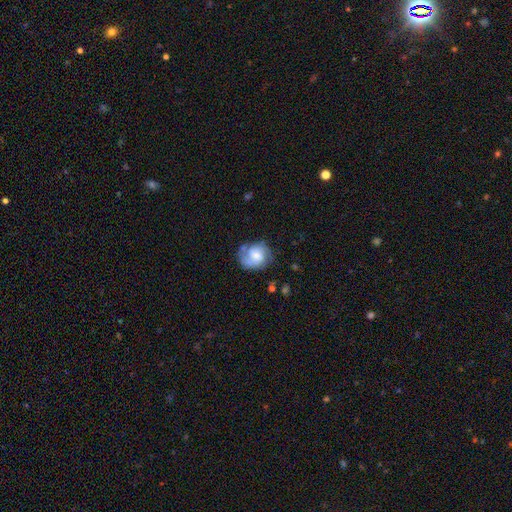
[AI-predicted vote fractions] Q: Smooth or featured?
A: featured or disk (58%); runner-up: smooth (34%)
Q: Edge-on disk?
A: no (98%); runner-up: yes (2%)
Q: Bar?
A: no (55%); runner-up: weak (37%)
Q: Spiral arms?
A: yes (85%); runner-up: no (15%)
Q: Bulge size?
A: moderate (38%); runner-up: small (32%)
Q: Merging?
A: none (56%); runner-up: minor disturbance (25%)